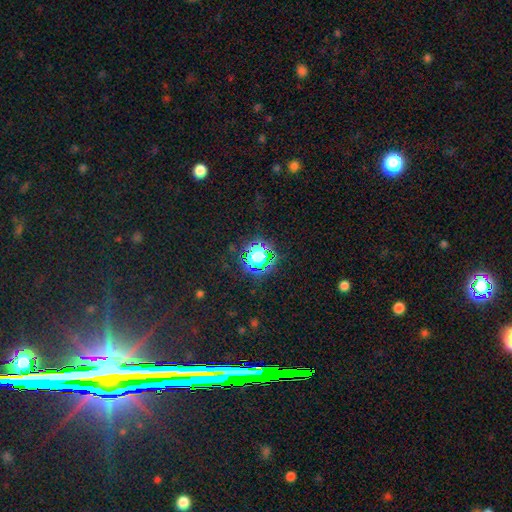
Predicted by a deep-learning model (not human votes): The model was most divided on "smooth or featured": star or artifact: 60%, smooth: 30%, featured or disk: 10%.